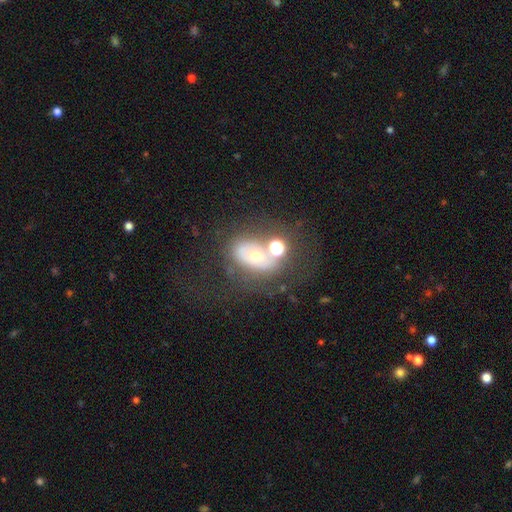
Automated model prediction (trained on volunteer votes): A smooth galaxy with no disk features (43%). Merging: none (48%).